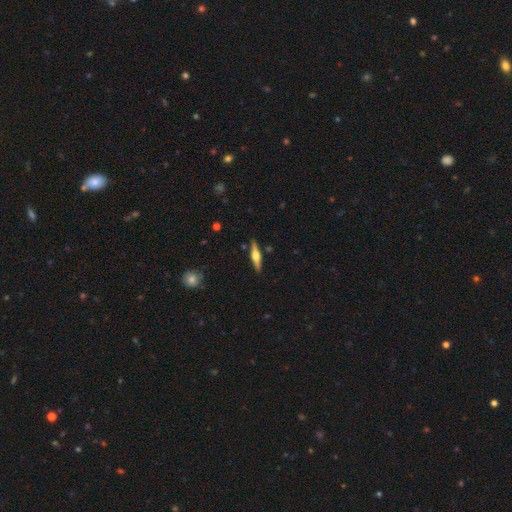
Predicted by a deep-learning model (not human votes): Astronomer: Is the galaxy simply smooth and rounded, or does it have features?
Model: featured or disk — 65%.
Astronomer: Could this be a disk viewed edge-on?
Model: yes — 97%.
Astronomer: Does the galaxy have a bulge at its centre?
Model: rounded — 92%.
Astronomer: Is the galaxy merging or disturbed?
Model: none — 89%.